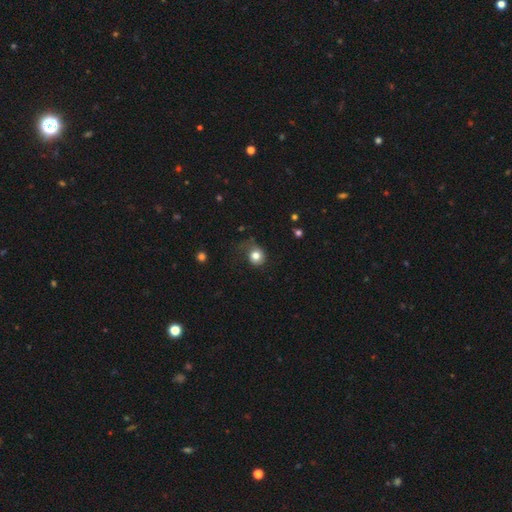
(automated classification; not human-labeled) Smooth or featured?
  - smooth: 78% *
  - featured or disk: 12%
  - star or artifact: 10%
How rounded?
  - round: 79% *
  - in between: 21%
  - cigar-shaped: 1%
Merging?
  - none: 48% *
  - minor disturbance: 27%
  - major disturbance: 23%
  - merger: 2%